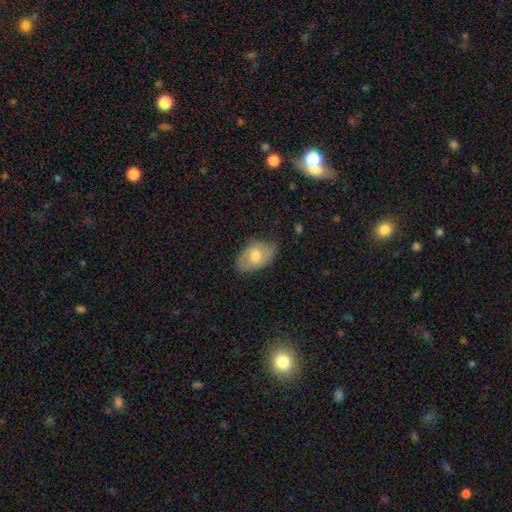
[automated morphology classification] Q: Smooth or featured?
A: smooth (65%); runner-up: featured or disk (28%)
Q: How rounded?
A: in between (88%); runner-up: round (11%)
Q: Merging?
A: none (71%); runner-up: minor disturbance (24%)